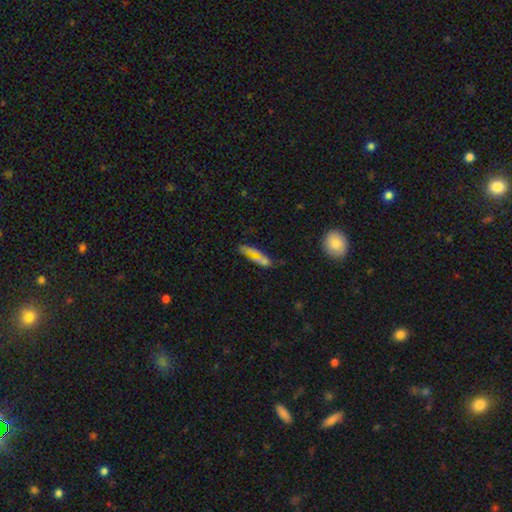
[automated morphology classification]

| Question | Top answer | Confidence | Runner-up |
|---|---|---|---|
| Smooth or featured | smooth | 54% | featured or disk (28%) |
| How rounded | cigar-shaped | 48% | in between (47%) |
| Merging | none | 54% | minor disturbance (24%) |